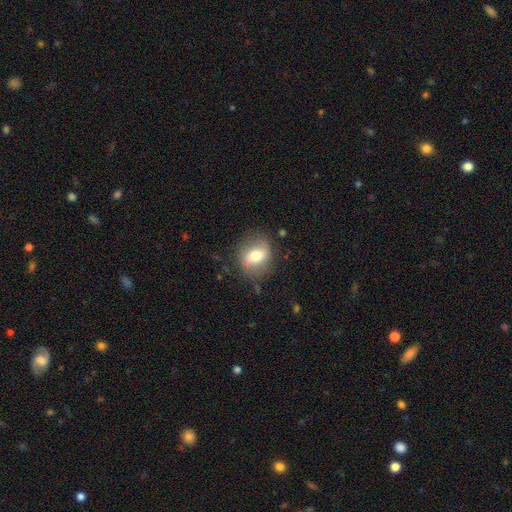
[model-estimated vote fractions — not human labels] smooth_or_featured: smooth (p=0.57) [alt: featured or disk p=0.35]
how_rounded: round (p=0.61) [alt: in between p=0.38]
merging: none (p=0.75) [alt: minor disturbance p=0.17]